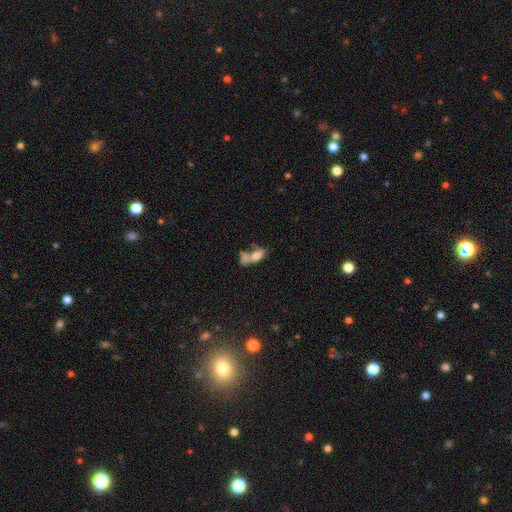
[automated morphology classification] Smooth or featured?
  - smooth: 66% *
  - featured or disk: 24%
  - star or artifact: 10%
How rounded?
  - in between: 80% *
  - cigar-shaped: 15%
  - round: 6%
Merging?
  - merger: 50% *
  - none: 24%
  - minor disturbance: 13%
  - major disturbance: 13%